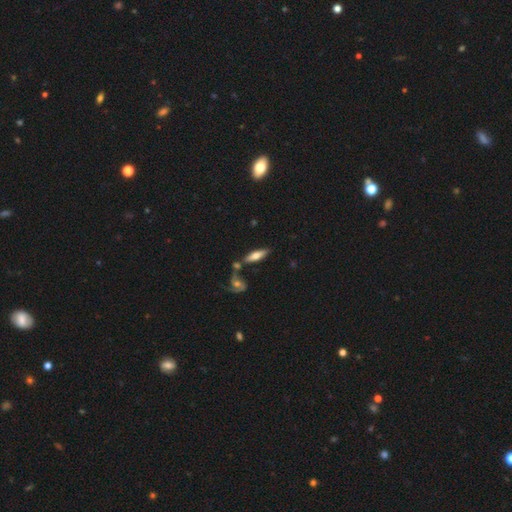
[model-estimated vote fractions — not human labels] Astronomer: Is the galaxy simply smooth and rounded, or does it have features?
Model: smooth — 55% (runner-up: featured or disk, 38%).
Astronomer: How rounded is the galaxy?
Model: cigar-shaped — 55% (runner-up: in between, 43%).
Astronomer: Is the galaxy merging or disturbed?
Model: none — 63%.